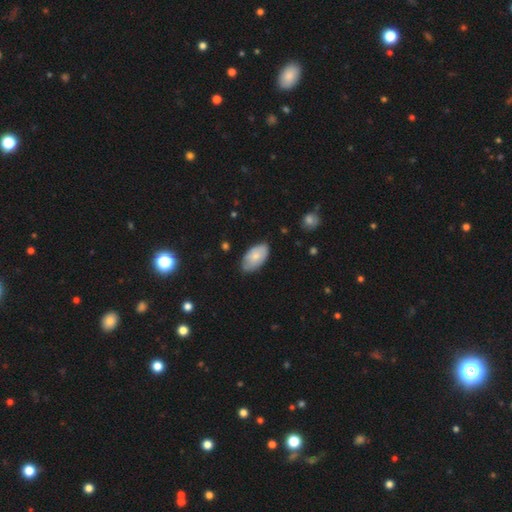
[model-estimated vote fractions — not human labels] Smooth or featured?
  - smooth: 71% *
  - featured or disk: 22%
  - star or artifact: 6%
How rounded?
  - in between: 95% *
  - round: 3%
  - cigar-shaped: 2%
Merging?
  - none: 68% *
  - minor disturbance: 26%
  - major disturbance: 4%
  - merger: 2%